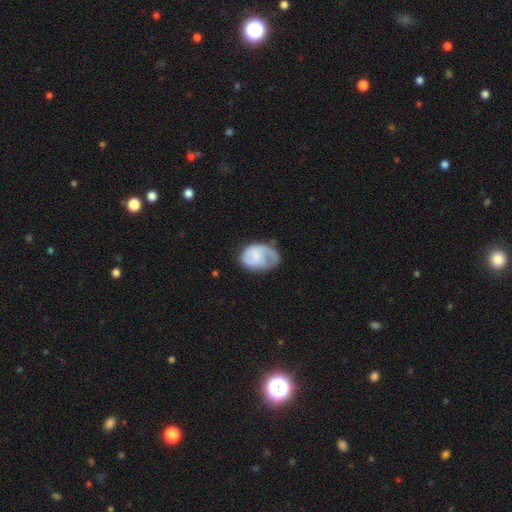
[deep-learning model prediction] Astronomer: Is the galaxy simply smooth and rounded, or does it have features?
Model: smooth — 47% (runner-up: featured or disk, 46%).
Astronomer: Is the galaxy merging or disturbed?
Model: none — 35% (runner-up: minor disturbance, 33%).